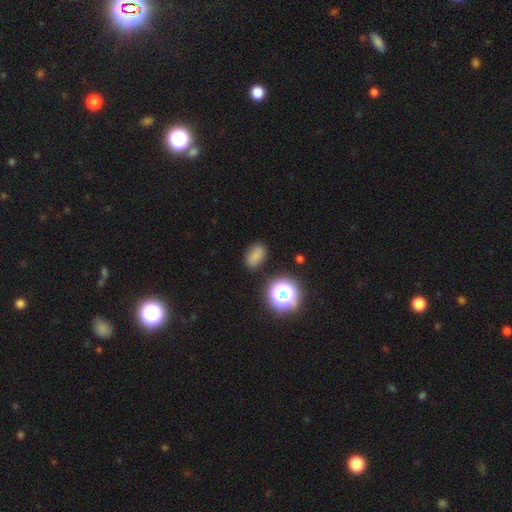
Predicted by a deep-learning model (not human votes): Morphology: type=smooth (74%); roundness=in between (81%); merging=none (81%).